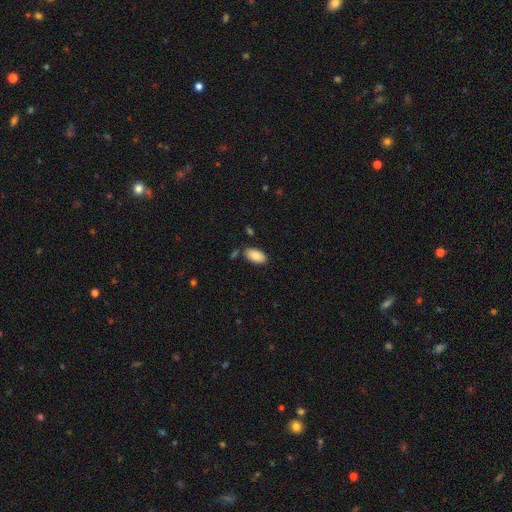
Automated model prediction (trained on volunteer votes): Morphology: type=smooth (87%); roundness=in between (95%); merging=none (81%).